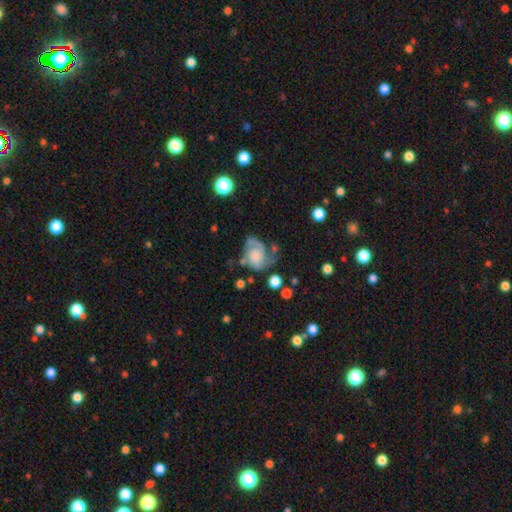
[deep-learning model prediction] featured or disk 64%, smooth 28%, star or artifact 8%. Down the decision tree: edge-on disk — no (98%); bar — no (75%); spiral arms — yes (85%); spiral arm count — 2 (56%); spiral winding — medium (43%); bulge size — none (32%); merging — none (35%).